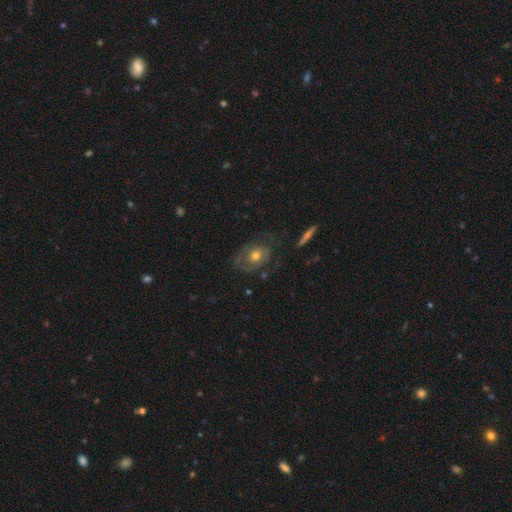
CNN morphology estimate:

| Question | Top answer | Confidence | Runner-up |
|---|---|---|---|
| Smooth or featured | featured or disk | 59% | smooth (33%) |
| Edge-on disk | no | 94% | yes (6%) |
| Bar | no | 83% | weak (13%) |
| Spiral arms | yes | 52% | no (48%) |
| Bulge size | moderate | 67% | small (23%) |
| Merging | none | 62% | minor disturbance (21%) |